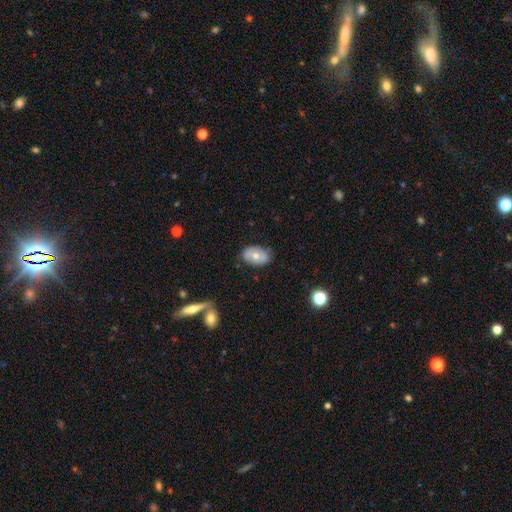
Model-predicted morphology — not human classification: smooth_or_featured: smooth (p=0.57) [alt: featured or disk p=0.35]
how_rounded: in between (p=0.85) [alt: round p=0.14]
merging: none (p=0.77) [alt: minor disturbance p=0.18]